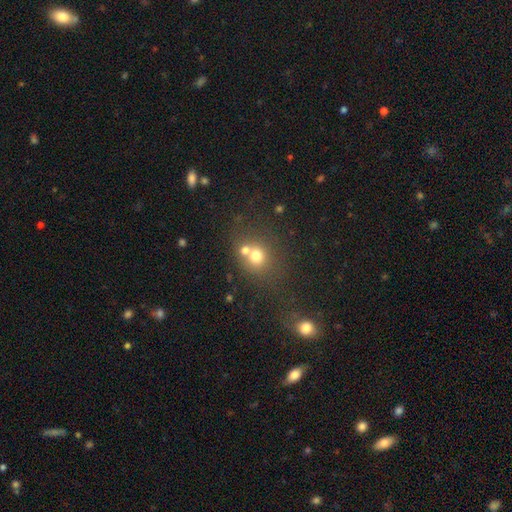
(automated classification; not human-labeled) A smooth galaxy with no disk features (69%) that is round (79%). Merging: none (46%).